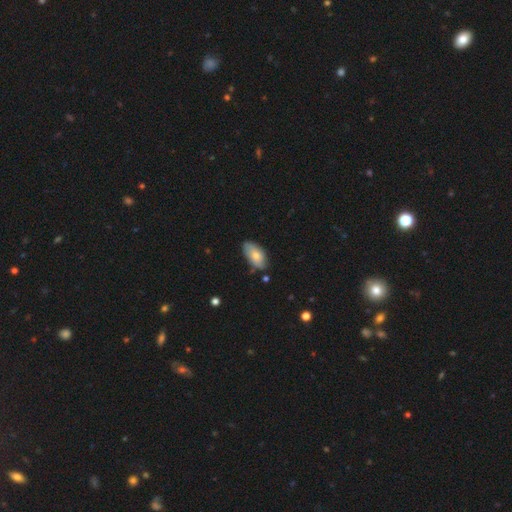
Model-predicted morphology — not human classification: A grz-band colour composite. It shows a smooth galaxy with no disk features (74%) that is in between round and cigar-shaped (94%). Merging: none (68%).